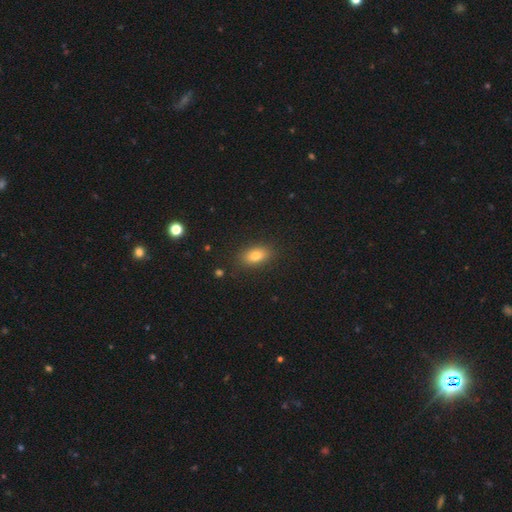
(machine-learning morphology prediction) Smooth or featured? Predicted: smooth (p=0.78). How rounded? Predicted: in between (p=0.85). Merging? Predicted: none (p=0.85).